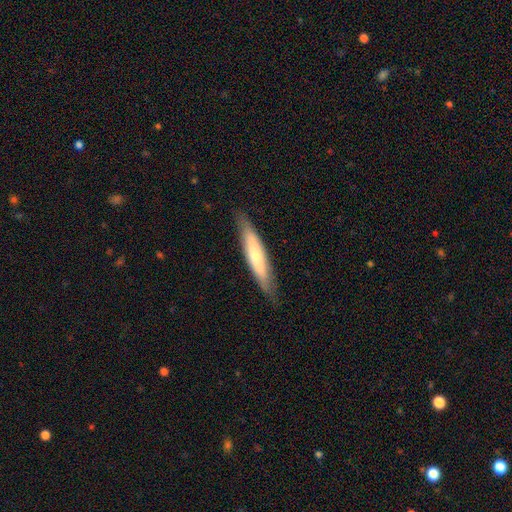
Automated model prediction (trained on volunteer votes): Overall: smooth (54%; featured or disk 40%). How rounded: cigar-shaped (86%). Merging: none (85%).